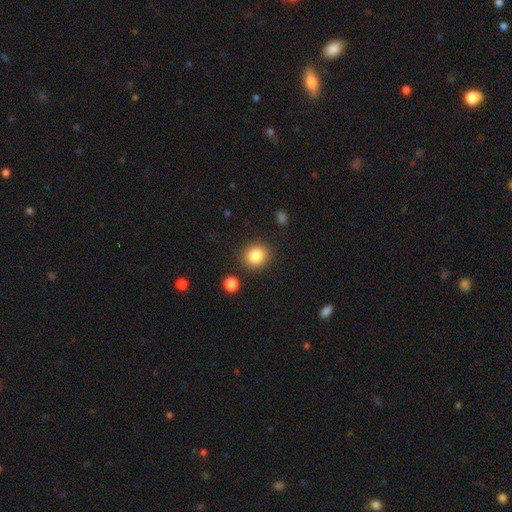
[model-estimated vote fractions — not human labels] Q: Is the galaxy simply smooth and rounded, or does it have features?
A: smooth — 84%.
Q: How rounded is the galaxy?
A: round — 84%.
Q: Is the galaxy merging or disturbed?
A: none — 87%.